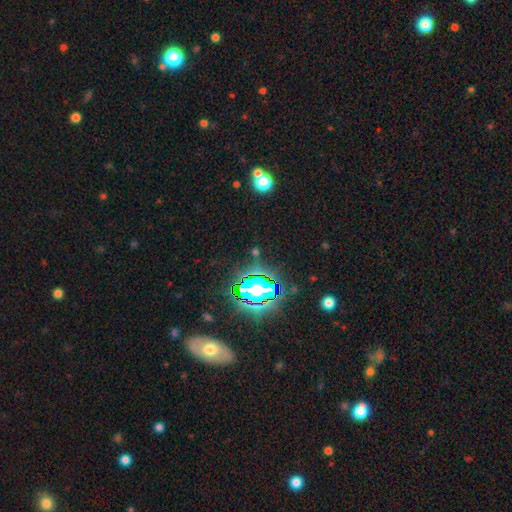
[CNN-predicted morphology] smooth-or-featured: star or artifact: 68% | smooth: 19% | featured or disk: 13%